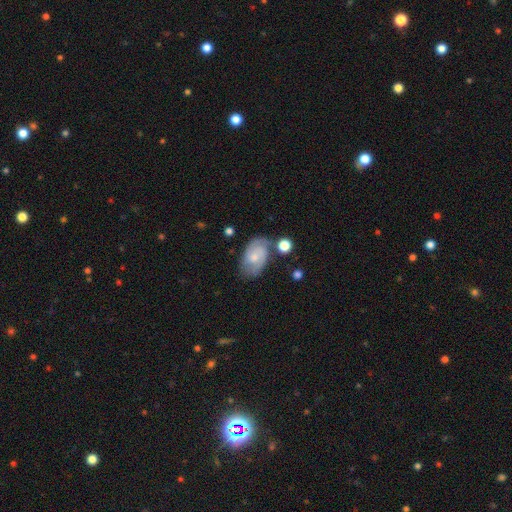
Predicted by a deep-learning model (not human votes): Smooth or featured? Predicted: featured or disk (p=0.59). Edge-on disk? Predicted: no (p=0.96). Bar? Predicted: no (p=0.64). Spiral arms? Predicted: yes (p=0.87). Bulge size? Predicted: small (p=0.54). Merging? Predicted: none (p=0.65).